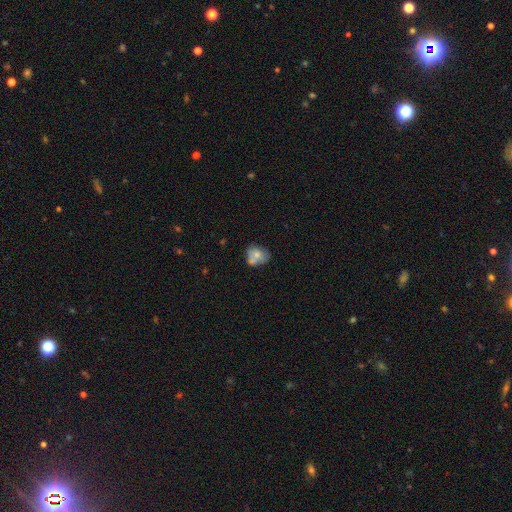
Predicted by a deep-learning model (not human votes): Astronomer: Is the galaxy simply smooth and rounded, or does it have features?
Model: smooth — 65%.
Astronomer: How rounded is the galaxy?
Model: round — 51% (runner-up: in between, 48%).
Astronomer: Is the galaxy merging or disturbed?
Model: merger — 37%, tied with none at 37%.